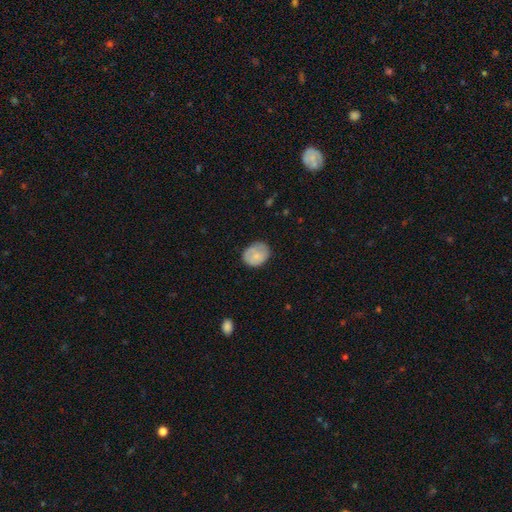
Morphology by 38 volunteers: Smooth or featured?
  - smooth: 71% *
  - featured or disk: 26%
  - star or artifact: 3%
How rounded?
  - in between: 67% *
  - round: 33%
  - cigar-shaped: 0%
Merging?
  - none: 68% *
  - minor disturbance: 27%
  - major disturbance: 3%
  - merger: 3%